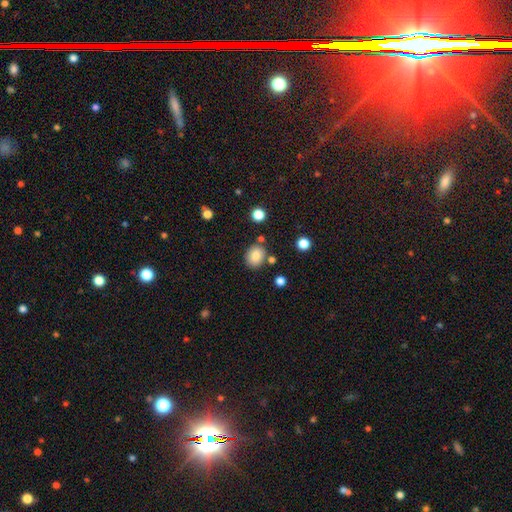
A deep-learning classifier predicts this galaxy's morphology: A smooth galaxy with no disk features (83%) that is round (59%).

Vote fractions:
- Smooth or featured? smooth: 83% / star or artifact: 10% / featured or disk: 7%
- How rounded? round: 59% / in between: 40% / cigar-shaped: 1%
- Merging? none: 79% / minor disturbance: 11% / merger: 7% / major disturbance: 3%